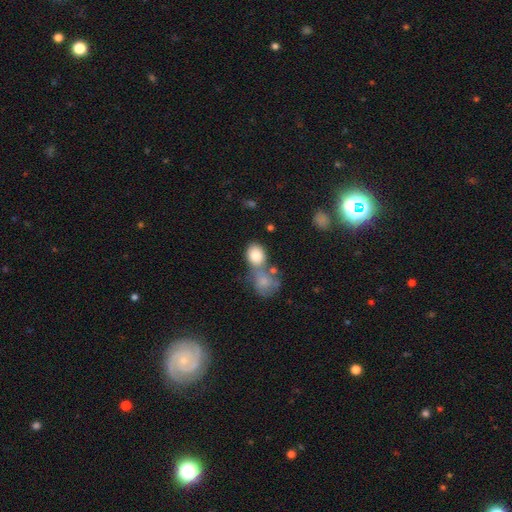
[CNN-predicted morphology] The model was most divided on "merging": merger: 42%, none: 39%, minor disturbance: 12%, major disturbance: 6%. More confident: smooth or featured — smooth (82%); how rounded — in between (54%).